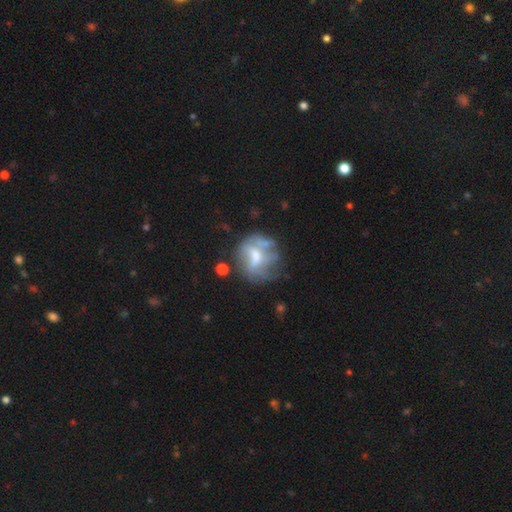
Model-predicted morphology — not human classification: featured or disk 55%, smooth 34%, star or artifact 11%. Down the decision tree: edge-on disk — no (96%); bar — no (49%); spiral arms — no (66%); bulge size — moderate (51%); merging — none (47%).